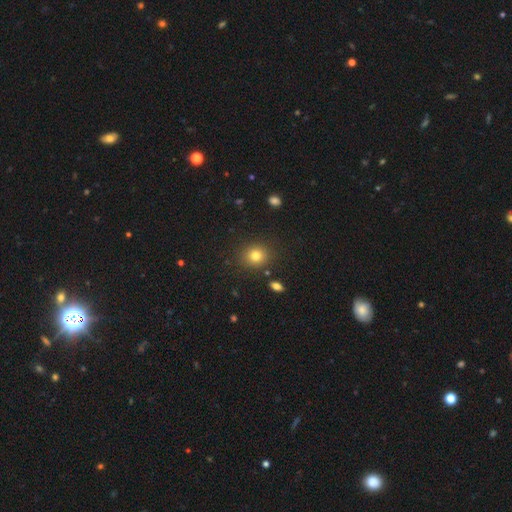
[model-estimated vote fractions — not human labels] This is clearly a smooth galaxy (80%). How rounded: likely round (78%). Merging: clearly none (87%).